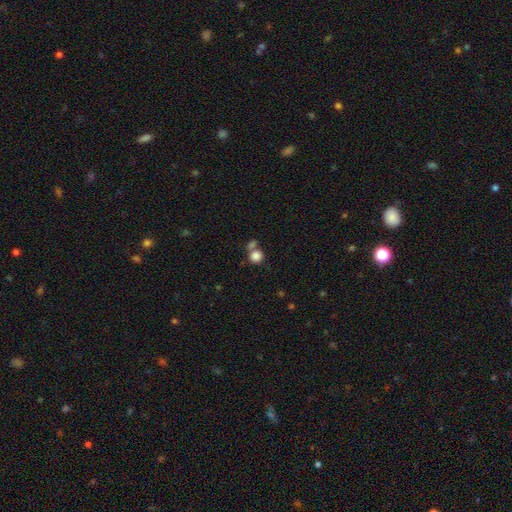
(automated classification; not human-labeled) smooth 84%, star or artifact 10%, featured or disk 6%. Down the decision tree: how rounded — round (86%); merging — none (51%).